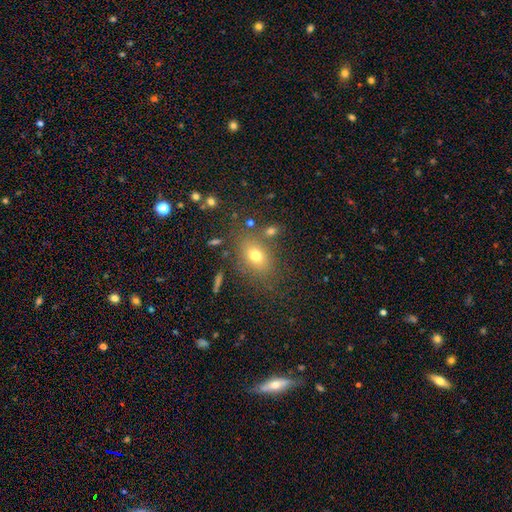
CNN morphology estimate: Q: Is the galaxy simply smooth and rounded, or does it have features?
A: smooth — 71%.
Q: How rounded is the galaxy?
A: in between — 69%.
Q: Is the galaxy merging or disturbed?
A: none — 75%.